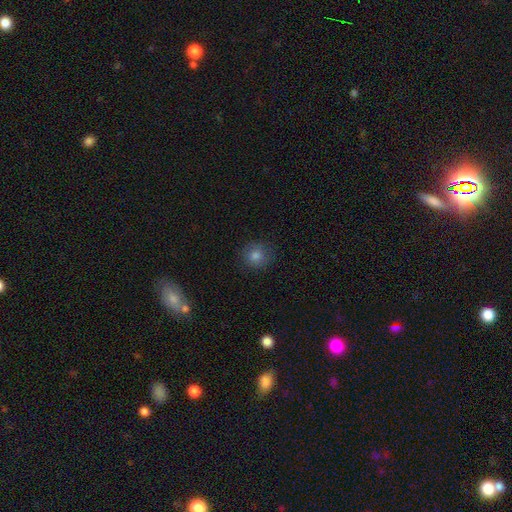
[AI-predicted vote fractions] Smooth or featured? smooth (77%)
How rounded? round (89%)
Merging? none (86%)